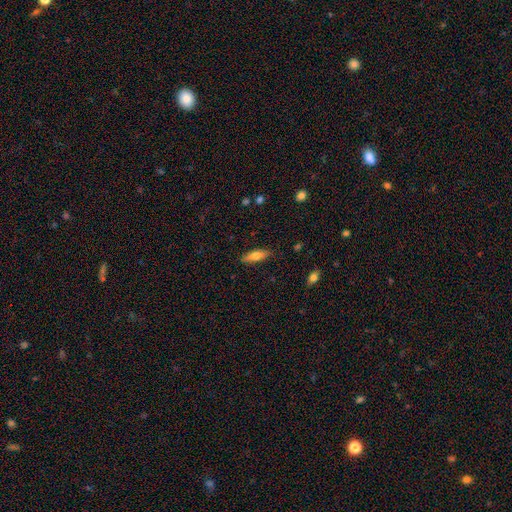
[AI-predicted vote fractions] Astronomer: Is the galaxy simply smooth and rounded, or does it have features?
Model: smooth — 73%.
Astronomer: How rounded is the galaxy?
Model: in between — 49%, tied with cigar-shaped at 49%.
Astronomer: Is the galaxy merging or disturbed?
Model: none — 86%.